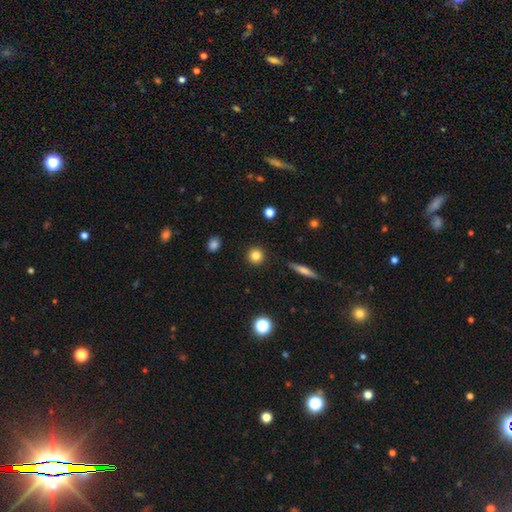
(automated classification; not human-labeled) Smooth or featured?
  - smooth: 83% *
  - star or artifact: 10%
  - featured or disk: 7%
How rounded?
  - round: 94% *
  - in between: 5%
  - cigar-shaped: 1%
Merging?
  - none: 92% *
  - minor disturbance: 5%
  - major disturbance: 2%
  - merger: 1%